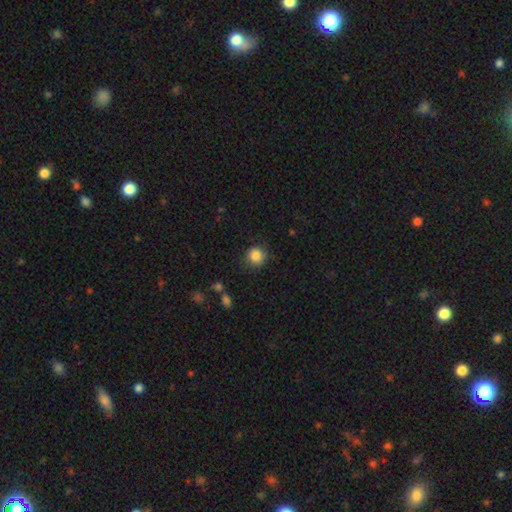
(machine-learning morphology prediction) type=smooth (85%); roundness=round (91%); merging=none (84%).